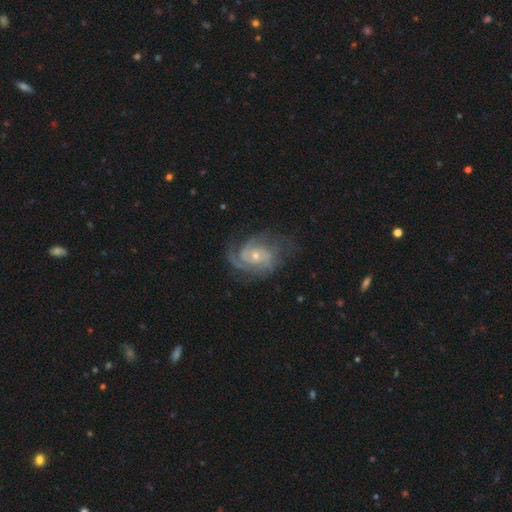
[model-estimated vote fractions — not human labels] This appears to be a featured or disk galaxy (89%) with no bar (67%), 3 (32%) tight (52%) spiral arms (97%) and a small central bulge (61%). Merging: none (67%).